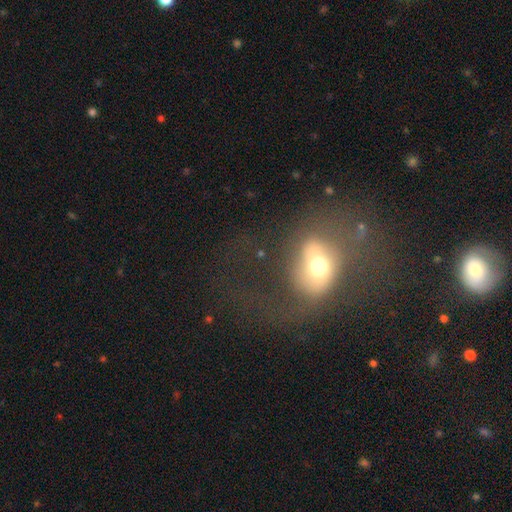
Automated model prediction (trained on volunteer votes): smooth_or_featured: featured or disk (p=0.52) [alt: smooth p=0.33]
disk_edge_on: no (p=0.94) [alt: yes p=0.06]
merging: none (p=0.39) [alt: major disturbance p=0.32]